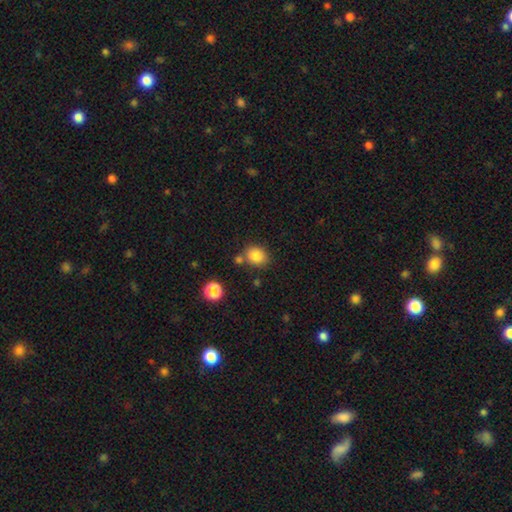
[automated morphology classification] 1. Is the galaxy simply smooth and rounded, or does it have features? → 84% smooth, 10% star or artifact, 6% featured or disk.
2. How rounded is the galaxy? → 59% round, 40% in between, 1% cigar-shaped.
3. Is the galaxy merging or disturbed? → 72% none, 13% minor disturbance, 12% merger, 4% major disturbance.